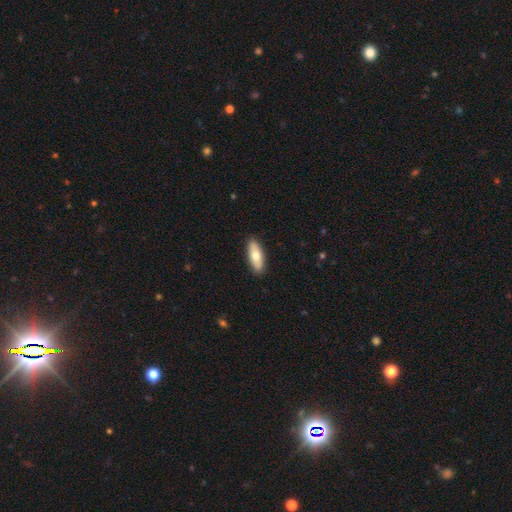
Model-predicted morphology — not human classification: This is likely a smooth galaxy (70%). How rounded: likely in between (70%). Merging: clearly none (89%).